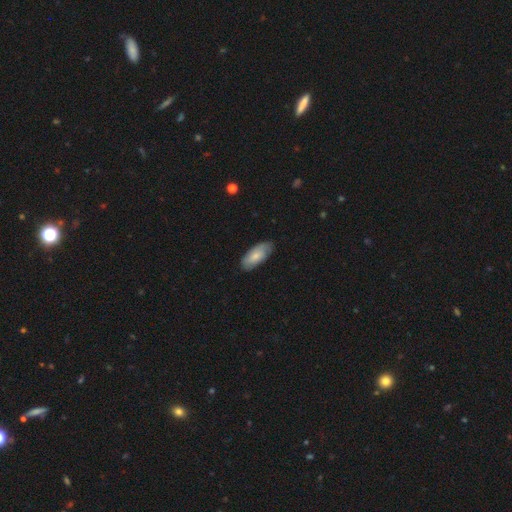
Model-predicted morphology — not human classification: Smooth or featured? smooth (73%)
How rounded? in between (86%)
Merging? none (79%)